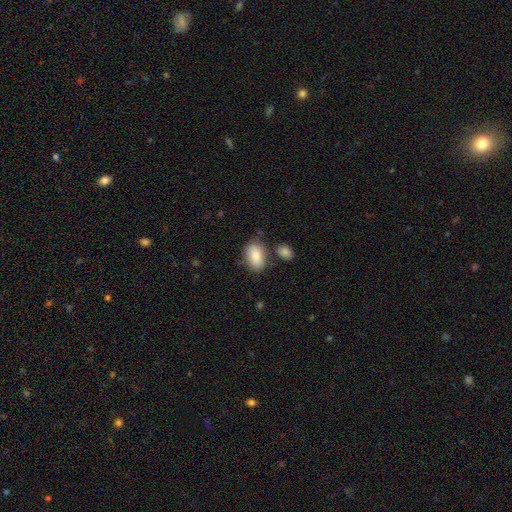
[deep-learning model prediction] Morphology: type=smooth (84%); roundness=in between (90%); merging=none (70%).